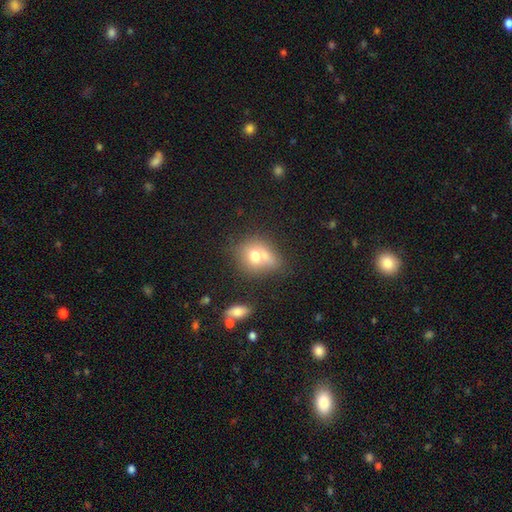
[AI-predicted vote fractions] This appears to be a smooth galaxy with no disk features (68%) that is round (61%). Merging: merger (47%).